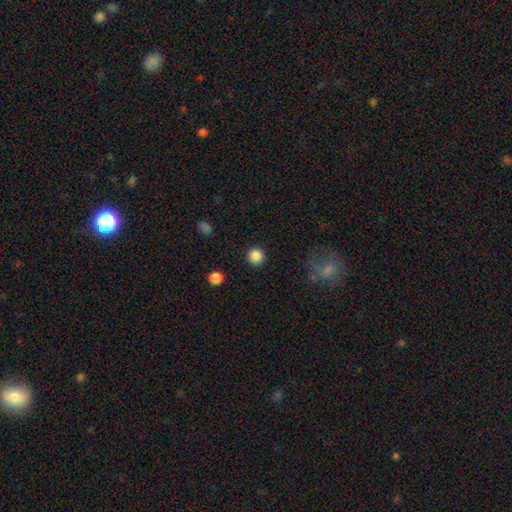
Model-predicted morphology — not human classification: Q: Smooth or featured?
A: smooth (87%); runner-up: star or artifact (10%)
Q: How rounded?
A: round (96%); runner-up: in between (4%)
Q: Merging?
A: none (92%); runner-up: minor disturbance (5%)